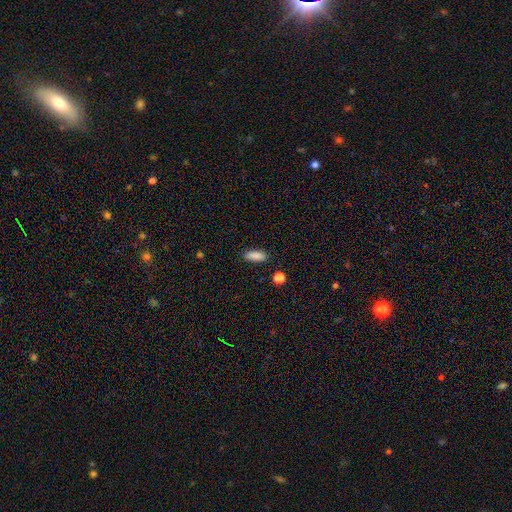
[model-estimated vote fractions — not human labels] Smooth or featured: smooth — 87% (star or artifact — 8%)
How rounded: in between — 63% (cigar-shaped — 35%)
Merging: none — 87% (minor disturbance — 9%)